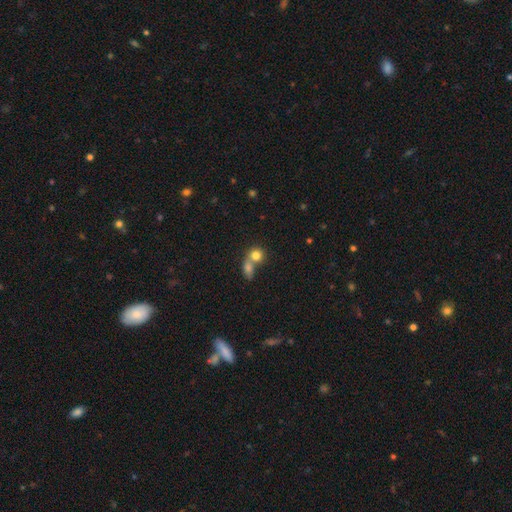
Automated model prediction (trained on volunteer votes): Smooth or featured: smooth — 79% (featured or disk — 11%)
How rounded: round — 76% (in between — 22%)
Merging: merger — 60% (none — 30%)